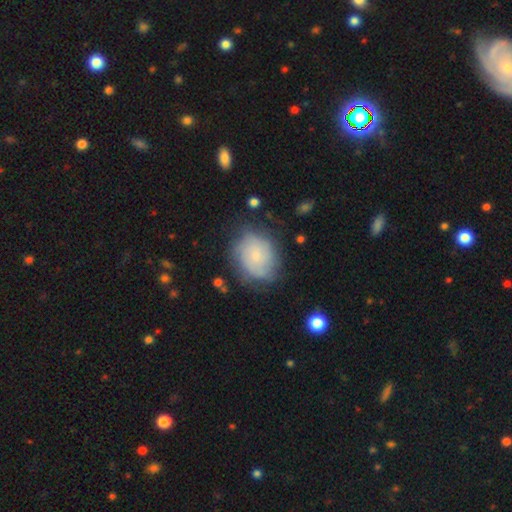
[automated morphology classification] Smooth or featured? featured or disk (46%, tied with smooth)
Merging? none (69%)